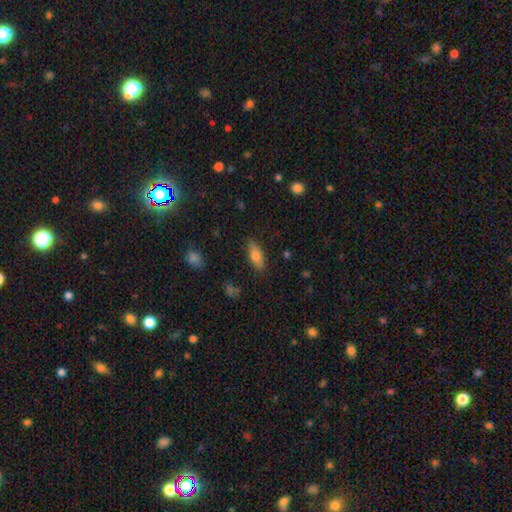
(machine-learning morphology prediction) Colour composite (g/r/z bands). It shows a smooth galaxy with no disk features (75%) that is in between round and cigar-shaped (76%). Merging: none (84%).